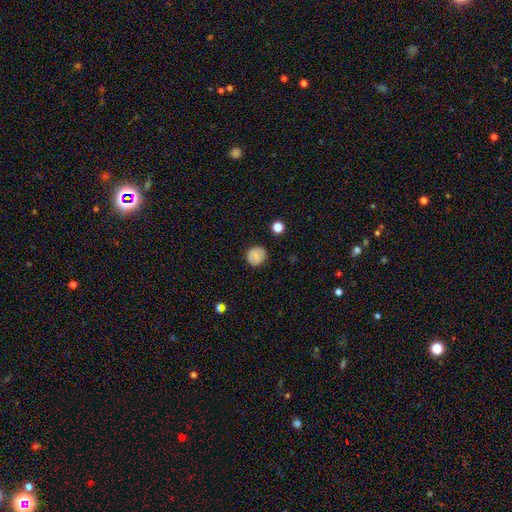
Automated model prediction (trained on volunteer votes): smooth_or_featured: smooth (p=0.74) [alt: featured or disk p=0.17]
how_rounded: round (p=0.83) [alt: in between p=0.16]
merging: none (p=0.85) [alt: minor disturbance p=0.11]